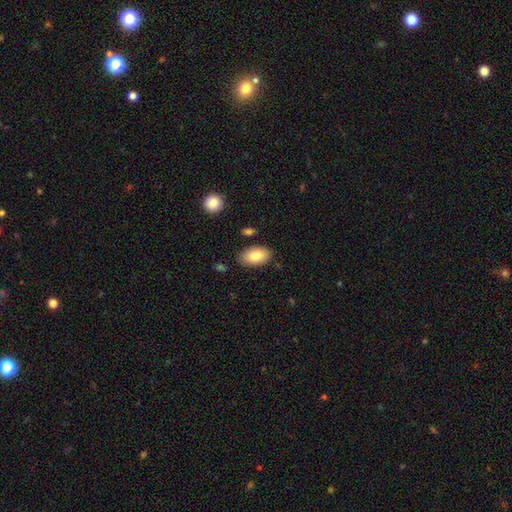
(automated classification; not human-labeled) Overall: smooth (84%). How rounded: in between (94%). Merging: none (83%).